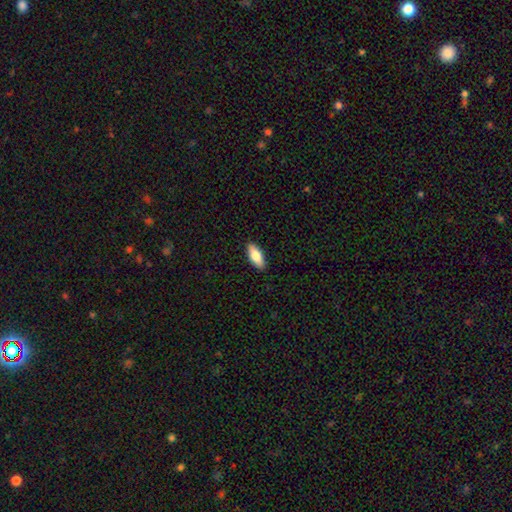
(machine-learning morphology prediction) smooth 79%, featured or disk 15%, star or artifact 6%. Down the decision tree: how rounded — in between (79%); merging — none (90%).